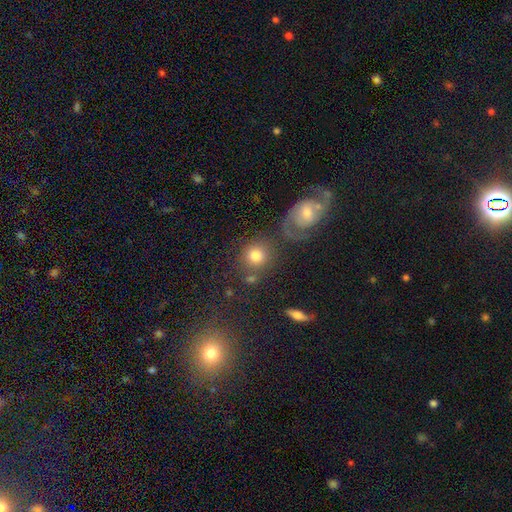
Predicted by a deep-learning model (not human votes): Morphology: type=smooth (78%); roundness=round (82%); merging=none (64%).